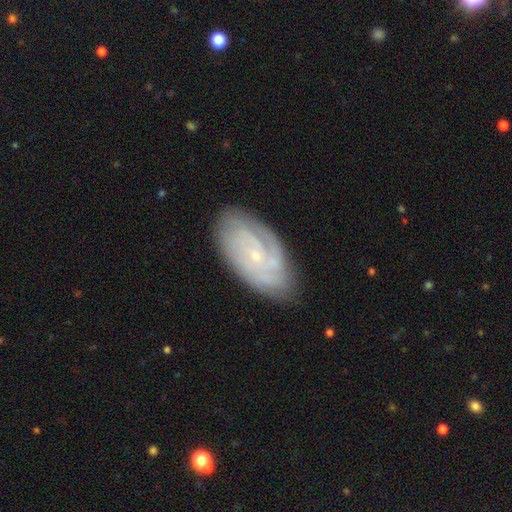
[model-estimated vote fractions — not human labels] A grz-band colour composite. It shows a featured or disk galaxy (79%) with no bar (68%), tight (65%) spiral arms (94%) and a small central bulge (82%). Merging: none (78%).